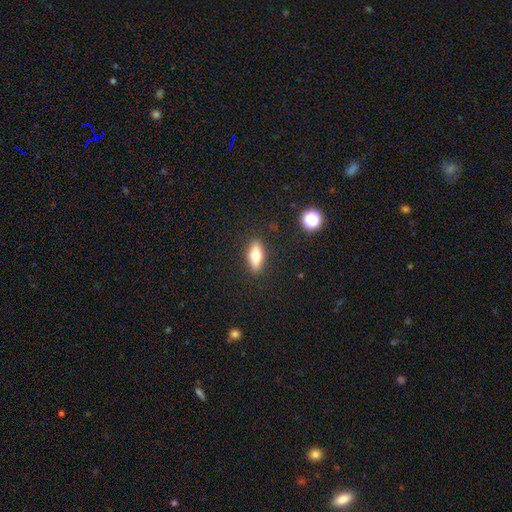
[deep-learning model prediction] This is likely a smooth galaxy (67%). How rounded: likely in between (67%). Merging: clearly none (88%).